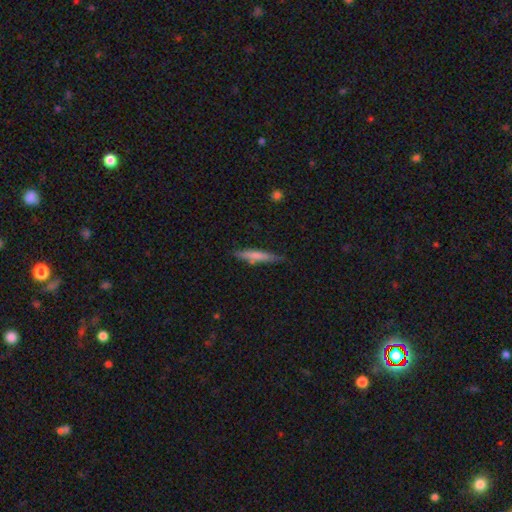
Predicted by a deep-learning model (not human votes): Q: Smooth or featured?
A: smooth (69%); runner-up: featured or disk (25%)
Q: How rounded?
A: cigar-shaped (92%); runner-up: in between (7%)
Q: Merging?
A: none (79%); runner-up: minor disturbance (15%)